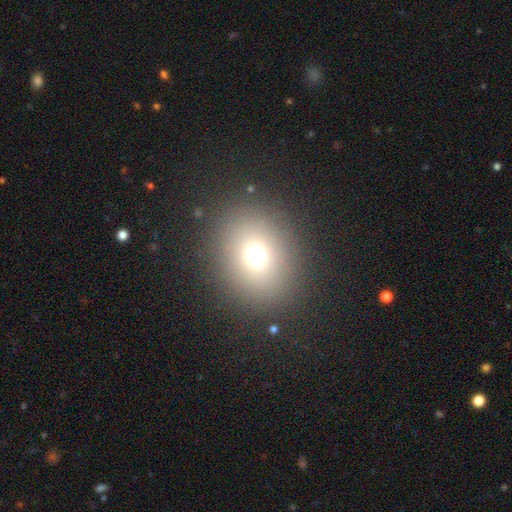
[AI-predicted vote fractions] This is likely a smooth galaxy (69%). How rounded: likely round (67%). Merging: clearly none (87%).